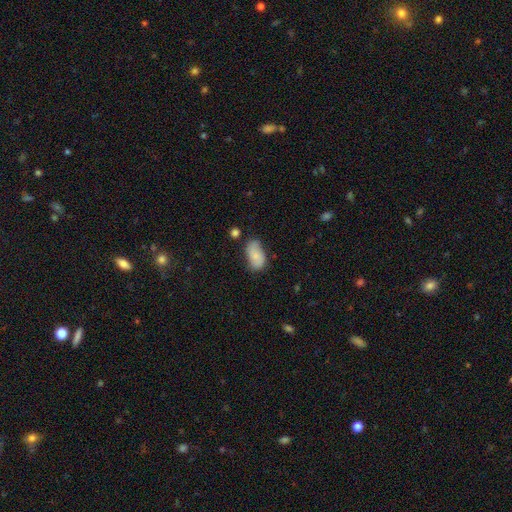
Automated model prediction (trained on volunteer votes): Smooth or featured?
  - smooth: 68% *
  - featured or disk: 24%
  - star or artifact: 8%
How rounded?
  - in between: 93% *
  - round: 5%
  - cigar-shaped: 2%
Merging?
  - none: 60% *
  - minor disturbance: 29%
  - major disturbance: 7%
  - merger: 4%